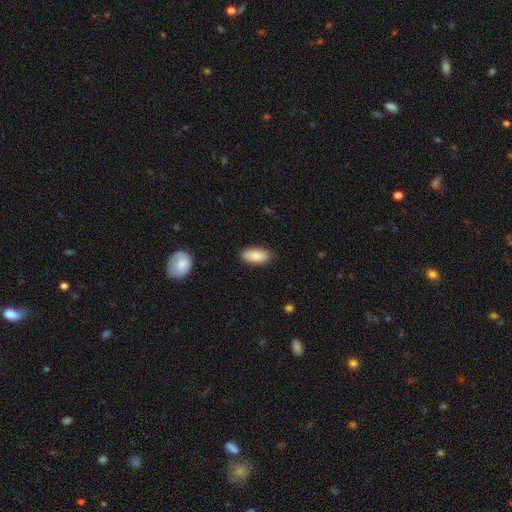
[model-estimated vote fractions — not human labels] A smooth galaxy with no disk features (88%) that is in between round and cigar-shaped (92%).

Vote fractions:
- Smooth or featured? smooth: 88% / star or artifact: 6% / featured or disk: 6%
- How rounded? in between: 92% / cigar-shaped: 6% / round: 2%
- Merging? none: 87% / minor disturbance: 10% / major disturbance: 2% / merger: 1%